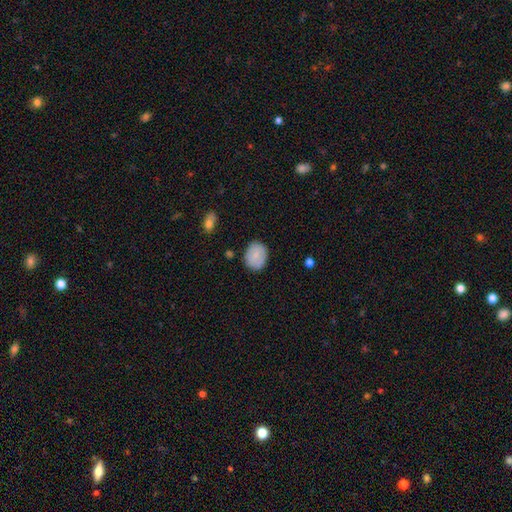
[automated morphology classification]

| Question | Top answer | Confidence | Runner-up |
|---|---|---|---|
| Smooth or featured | smooth | 78% | featured or disk (15%) |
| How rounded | in between | 51% | round (48%) |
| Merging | none | 81% | minor disturbance (14%) |